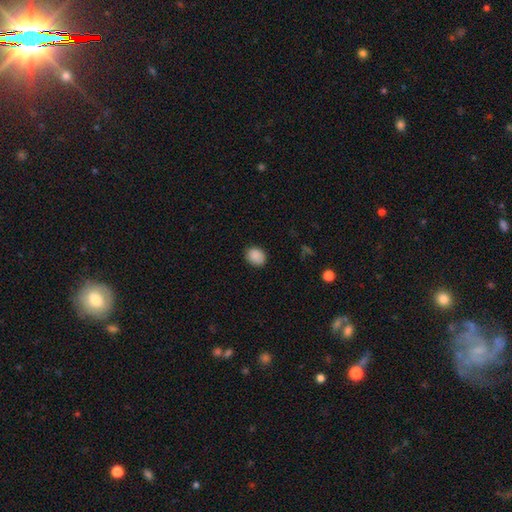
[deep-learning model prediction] smooth_or_featured: smooth (p=0.88) [alt: star or artifact p=0.09]
how_rounded: round (p=0.55) [alt: in between p=0.45]
merging: none (p=0.85) [alt: minor disturbance p=0.12]